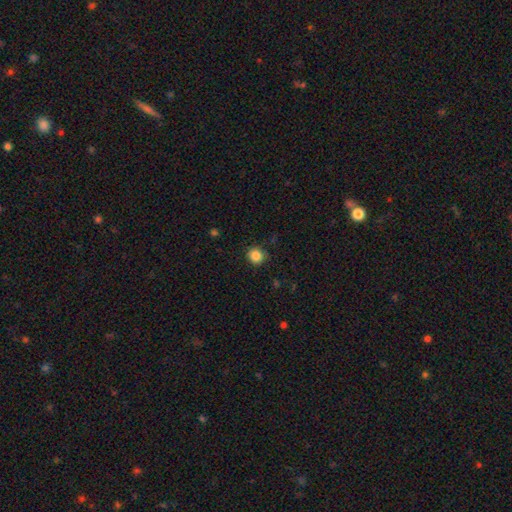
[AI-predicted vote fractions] Smooth or featured?
  - smooth: 85% *
  - star or artifact: 11%
  - featured or disk: 4%
How rounded?
  - round: 89% *
  - in between: 10%
  - cigar-shaped: 1%
Merging?
  - none: 86% *
  - minor disturbance: 10%
  - major disturbance: 2%
  - merger: 1%